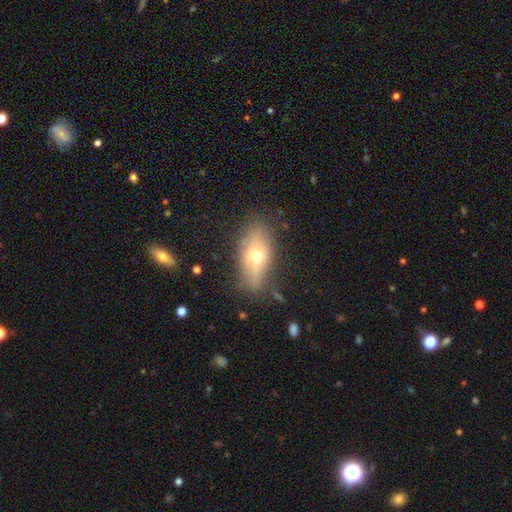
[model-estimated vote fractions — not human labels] A smooth galaxy with no disk features (49%). Merging: none (71%).